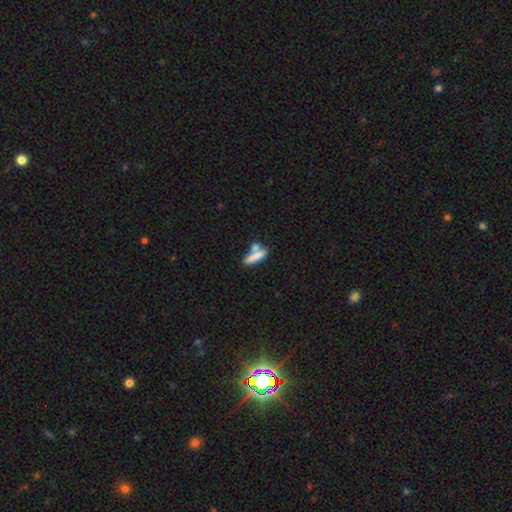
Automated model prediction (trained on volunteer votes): Overall: smooth (76%). How rounded: cigar-shaped (67%; in between 29%). Merging: none (46%; merger 37%).